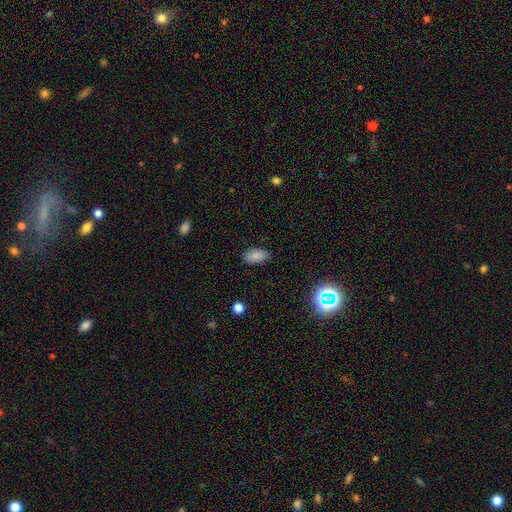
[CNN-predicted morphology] This is clearly a smooth galaxy (83%). How rounded: clearly in between (93%). Merging: clearly none (86%).